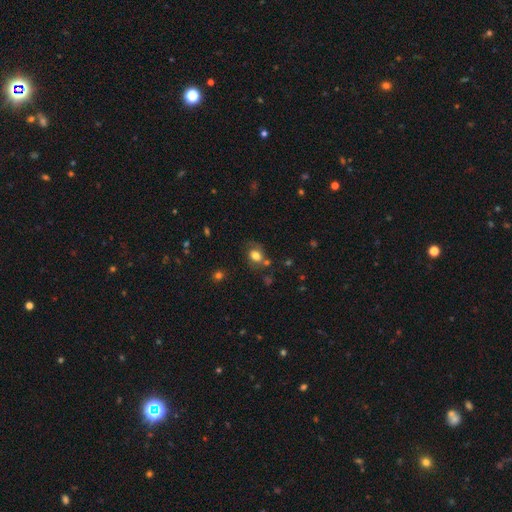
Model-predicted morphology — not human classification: smooth-or-featured: smooth: 75% | featured or disk: 13% | star or artifact: 12%
  how-rounded: in between: 51% | round: 48% | cigar-shaped: 1%
  merging: none: 58% | minor disturbance: 21% | merger: 11% | major disturbance: 9%